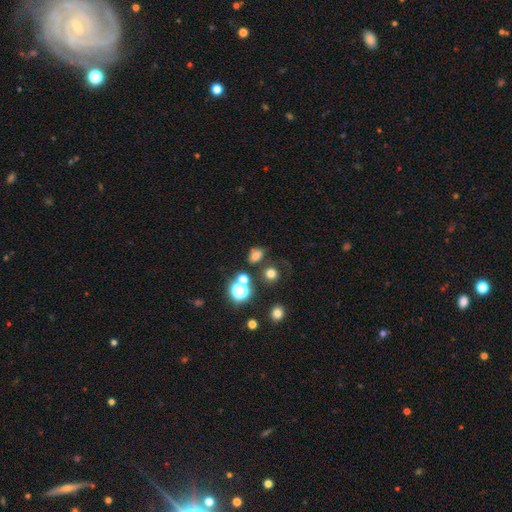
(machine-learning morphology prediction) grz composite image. It shows a smooth galaxy with no disk features (67%) that is in between round and cigar-shaped (53%). Merging: none (68%).